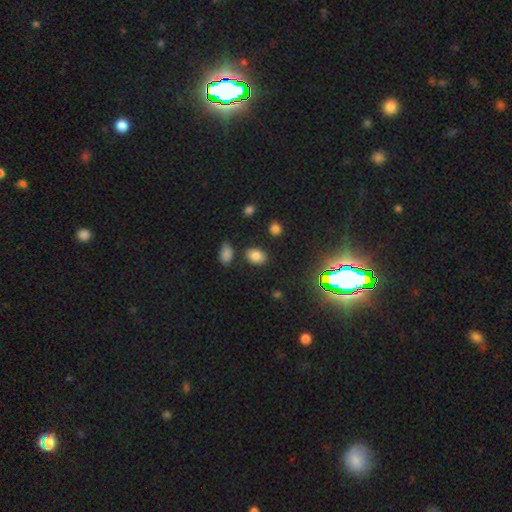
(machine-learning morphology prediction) type=smooth (78%); roundness=in between (77%); merging=none (81%).